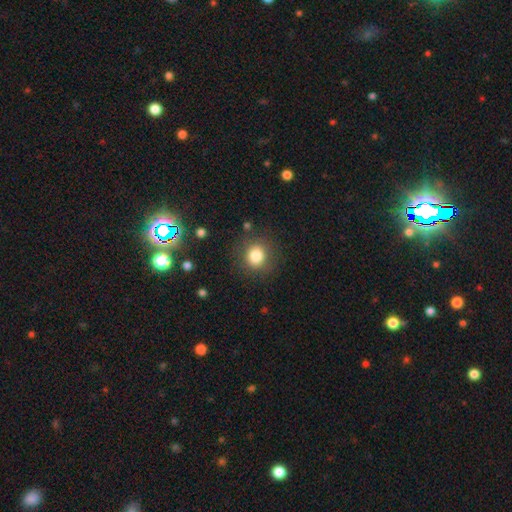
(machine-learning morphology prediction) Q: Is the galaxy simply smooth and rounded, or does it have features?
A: smooth — 82%.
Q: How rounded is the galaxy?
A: round — 86%.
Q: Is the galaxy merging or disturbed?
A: none — 84%.